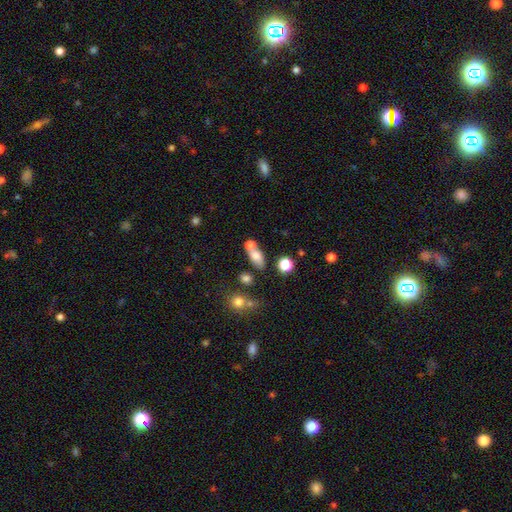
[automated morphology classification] smooth 72%, featured or disk 16%, star or artifact 12%. Down the decision tree: how rounded — in between (75%); merging — merger (42%).